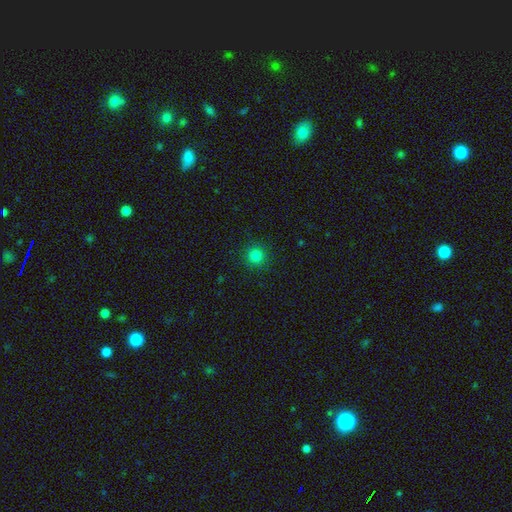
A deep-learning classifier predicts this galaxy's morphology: This is clearly a smooth galaxy (82%). How rounded: clearly round (95%). Merging: clearly none (91%).